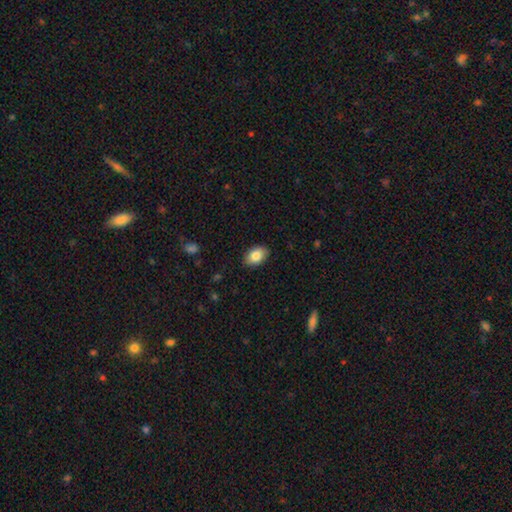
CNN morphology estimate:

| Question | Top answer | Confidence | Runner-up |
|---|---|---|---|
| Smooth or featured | smooth | 84% | featured or disk (9%) |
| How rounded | in between | 87% | round (12%) |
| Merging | none | 87% | minor disturbance (10%) |